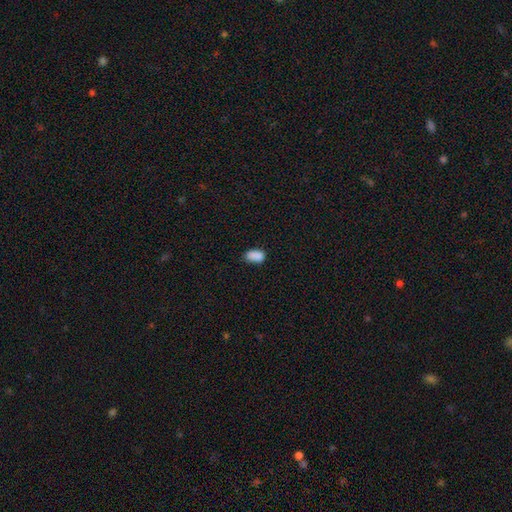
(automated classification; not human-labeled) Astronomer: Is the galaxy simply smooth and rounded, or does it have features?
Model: smooth — 86%.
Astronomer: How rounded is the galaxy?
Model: in between — 88%.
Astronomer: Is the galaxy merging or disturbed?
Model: none — 63%.